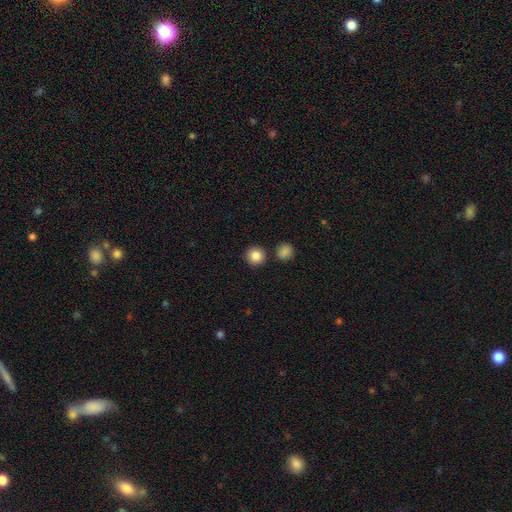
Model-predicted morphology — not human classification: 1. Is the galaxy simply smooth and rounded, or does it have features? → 86% smooth, 10% star or artifact, 5% featured or disk.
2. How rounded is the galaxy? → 94% round, 5% in between, 1% cigar-shaped.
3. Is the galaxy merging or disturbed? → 87% none, 6% minor disturbance, 5% merger, 2% major disturbance.